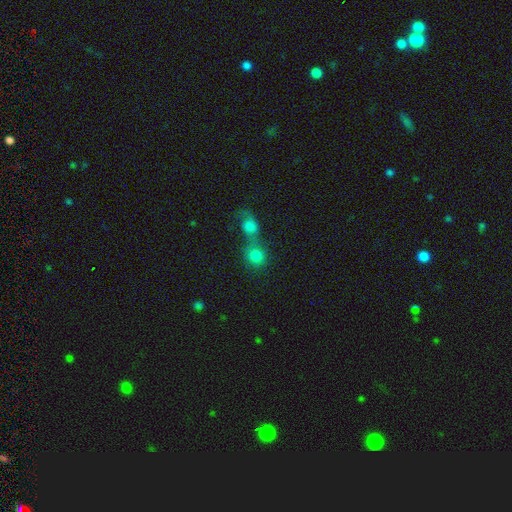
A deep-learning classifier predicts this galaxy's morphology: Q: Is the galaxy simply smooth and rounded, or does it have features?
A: smooth — 80%.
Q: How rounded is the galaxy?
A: round — 83%.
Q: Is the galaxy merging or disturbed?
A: merger — 55%.